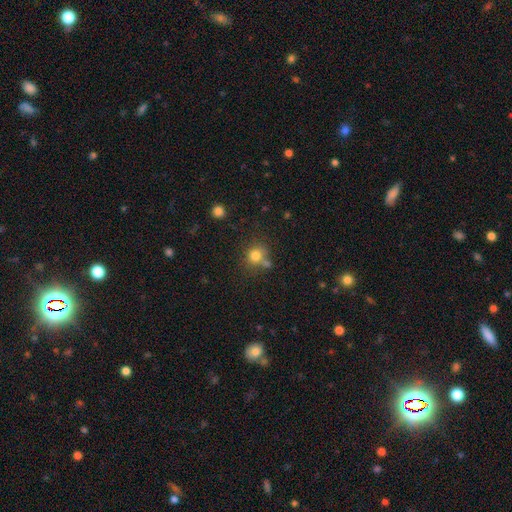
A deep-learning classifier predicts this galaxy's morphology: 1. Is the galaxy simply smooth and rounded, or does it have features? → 78% smooth, 13% star or artifact, 9% featured or disk.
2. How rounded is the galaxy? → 81% round, 18% in between, 1% cigar-shaped.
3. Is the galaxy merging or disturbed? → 60% none, 21% merger, 14% minor disturbance, 5% major disturbance.